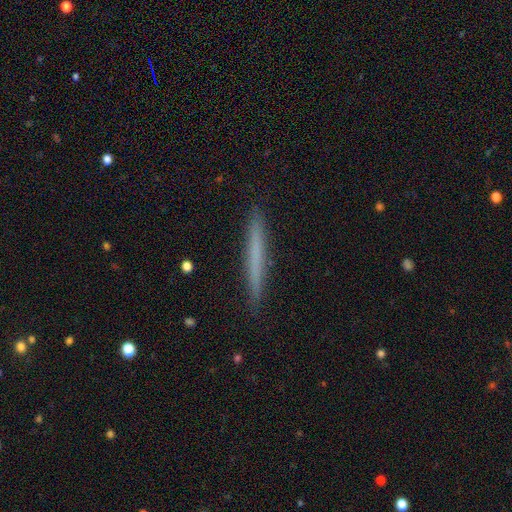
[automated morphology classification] smooth_or_featured: smooth (p=0.61) [alt: featured or disk p=0.32]
how_rounded: cigar-shaped (p=0.97) [alt: in between p=0.02]
merging: none (p=0.92) [alt: minor disturbance p=0.06]